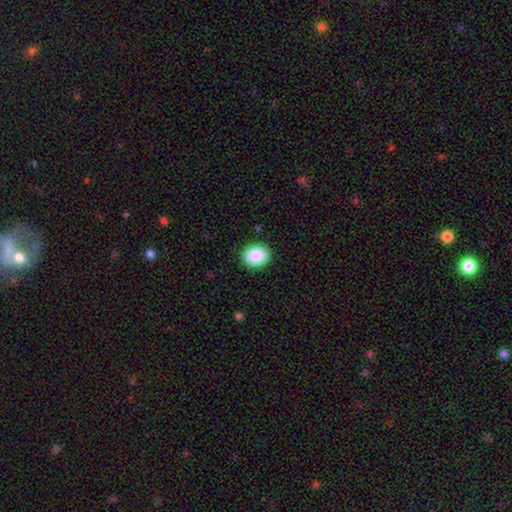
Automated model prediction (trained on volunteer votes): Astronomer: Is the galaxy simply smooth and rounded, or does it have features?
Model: smooth — 88%.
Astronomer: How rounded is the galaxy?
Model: round — 54% (runner-up: in between, 45%).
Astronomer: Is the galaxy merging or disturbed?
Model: none — 90%.